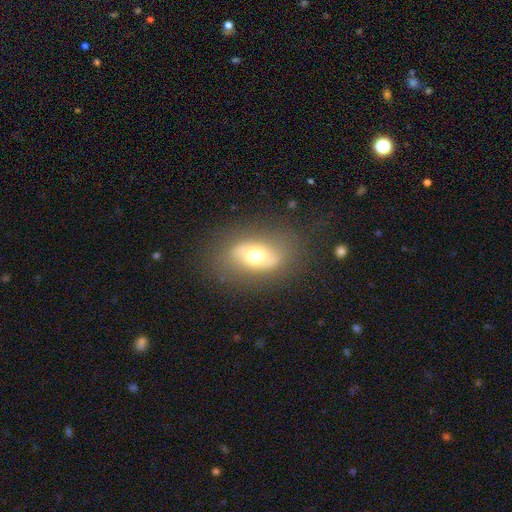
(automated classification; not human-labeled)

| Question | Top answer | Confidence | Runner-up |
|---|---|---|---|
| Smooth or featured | smooth | 47% | featured or disk (44%) |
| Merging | none | 75% | minor disturbance (15%) |